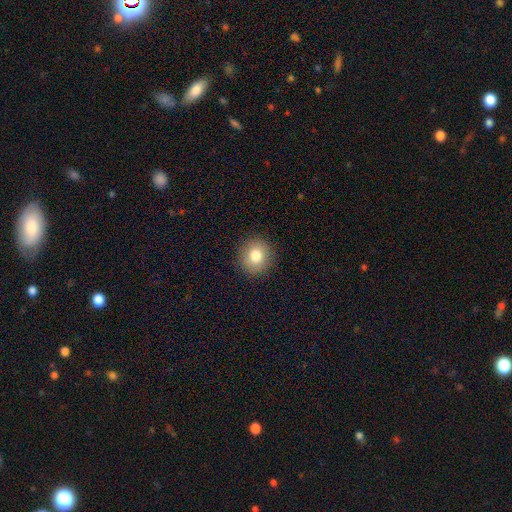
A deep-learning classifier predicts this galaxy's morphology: smooth 80%, star or artifact 10%, featured or disk 10%. Down the decision tree: how rounded — round (90%); merging — none (91%).